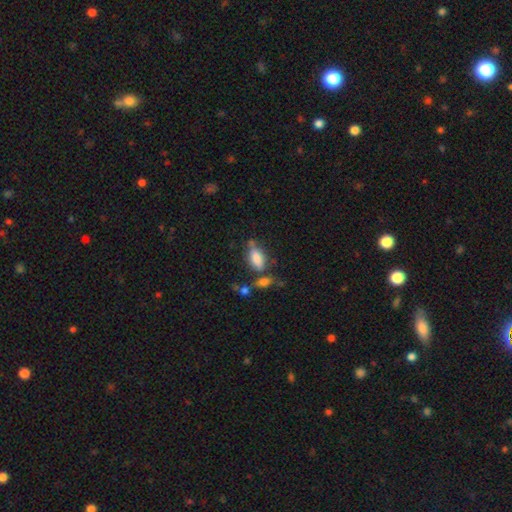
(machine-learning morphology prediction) smooth-or-featured: smooth: 71% | featured or disk: 17% | star or artifact: 12%
  how-rounded: in between: 81% | cigar-shaped: 15% | round: 4%
  merging: none: 52% | minor disturbance: 20% | merger: 19% | major disturbance: 10%